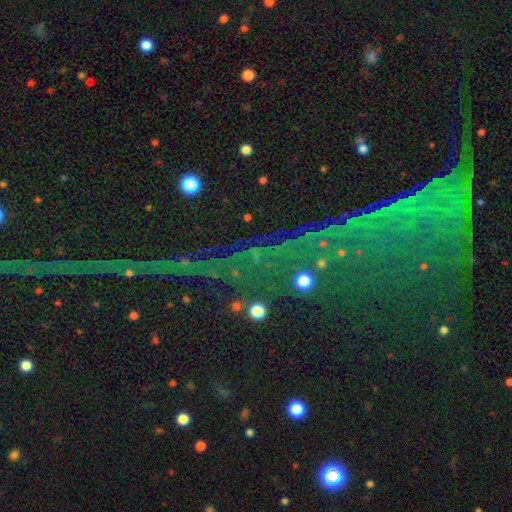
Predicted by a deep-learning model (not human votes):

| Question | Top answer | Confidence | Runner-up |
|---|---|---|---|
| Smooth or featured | star or artifact | 76% | featured or disk (12%) |